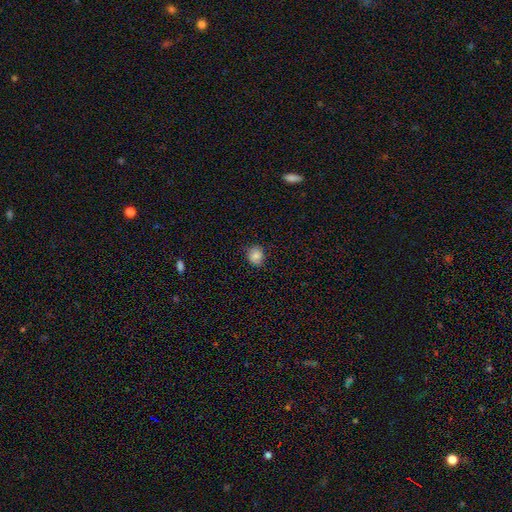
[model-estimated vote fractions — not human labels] smooth-or-featured: smooth: 85% | star or artifact: 10% | featured or disk: 5%
  how-rounded: round: 79% | in between: 20% | cigar-shaped: 1%
  merging: none: 84% | minor disturbance: 13% | major disturbance: 2% | merger: 1%